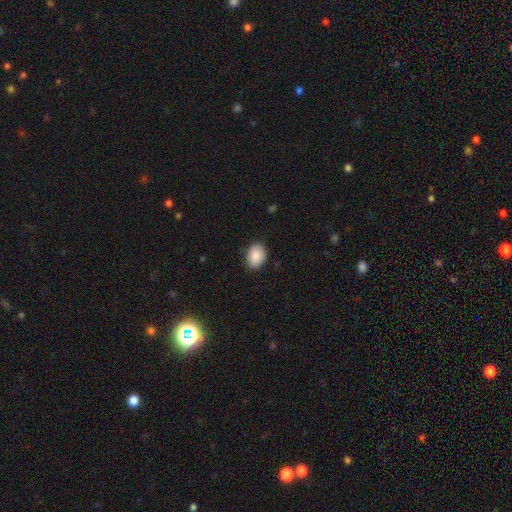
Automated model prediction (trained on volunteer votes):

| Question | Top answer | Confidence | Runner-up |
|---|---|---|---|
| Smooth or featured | smooth | 89% | star or artifact (7%) |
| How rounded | in between | 79% | round (20%) |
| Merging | none | 86% | minor disturbance (11%) |